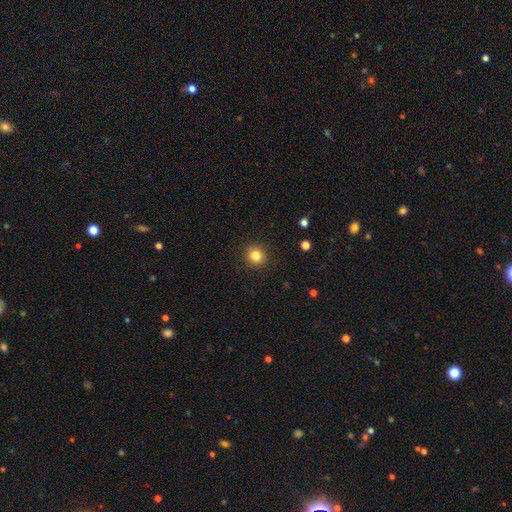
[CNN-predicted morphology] Smooth or featured: smooth — 83% (star or artifact — 11%)
How rounded: round — 91% (in between — 9%)
Merging: none — 91% (minor disturbance — 6%)